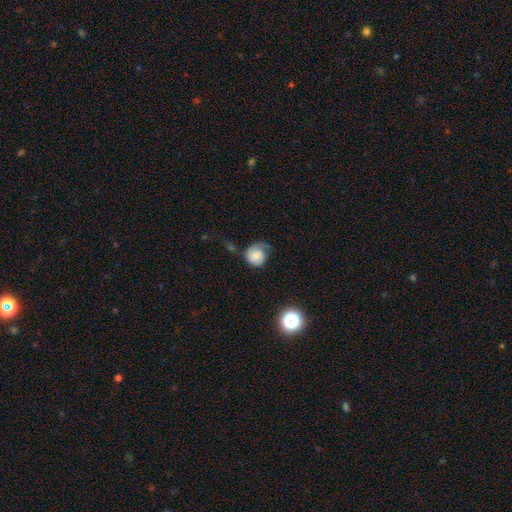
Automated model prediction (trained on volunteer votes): Smooth or featured?
  - smooth: 55% *
  - featured or disk: 35%
  - star or artifact: 9%
How rounded?
  - round: 73% *
  - in between: 26%
  - cigar-shaped: 1%
Merging?
  - none: 40% *
  - minor disturbance: 33%
  - major disturbance: 24%
  - merger: 3%